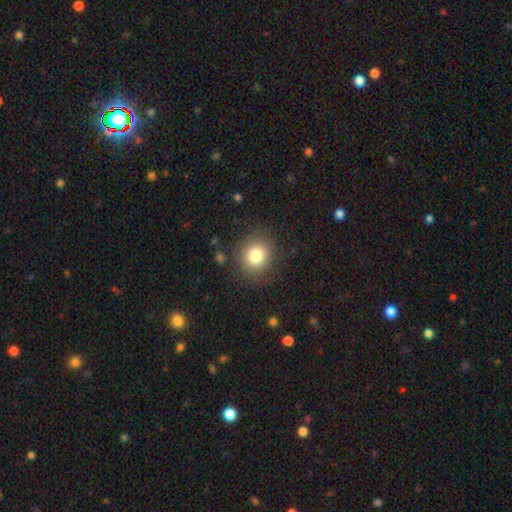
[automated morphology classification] Overall: smooth (81%). How rounded: round (88%). Merging: none (85%).